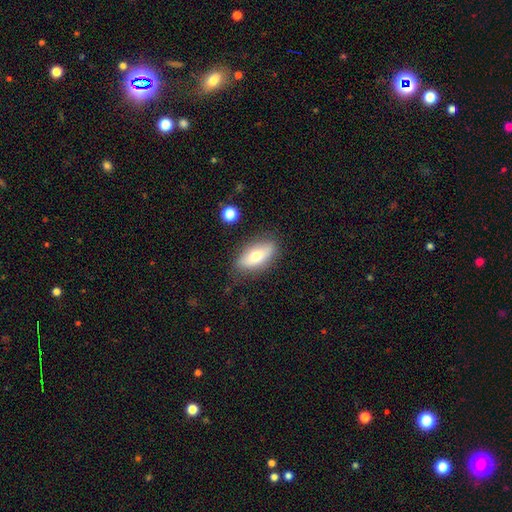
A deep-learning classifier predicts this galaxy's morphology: Smooth or featured?
  - smooth: 65% *
  - featured or disk: 27%
  - star or artifact: 7%
How rounded?
  - in between: 83% *
  - cigar-shaped: 13%
  - round: 4%
Merging?
  - none: 80% *
  - minor disturbance: 14%
  - major disturbance: 4%
  - merger: 2%